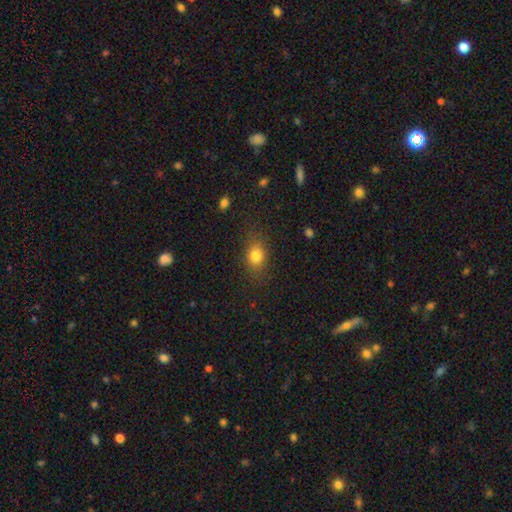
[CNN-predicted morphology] smooth_or_featured: smooth (p=0.81) [alt: star or artifact p=0.11]
how_rounded: in between (p=0.63) [alt: round p=0.35]
merging: none (p=0.81) [alt: minor disturbance p=0.13]